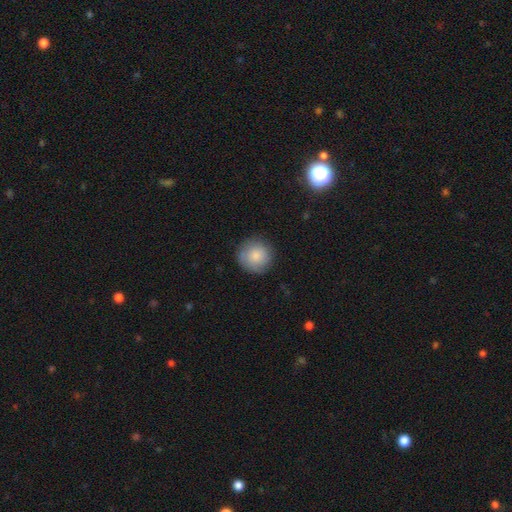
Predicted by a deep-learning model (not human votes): This appears to be a smooth galaxy with no disk features (80%) that is round (95%). Merging: none (84%).